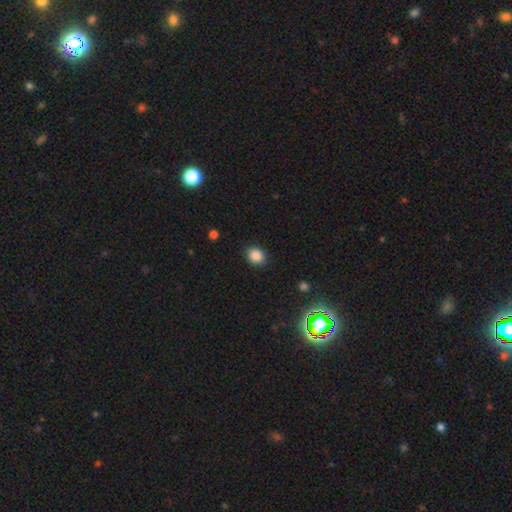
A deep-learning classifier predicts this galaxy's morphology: This is clearly a smooth galaxy (87%). How rounded: likely round (63%). Merging: clearly none (89%).